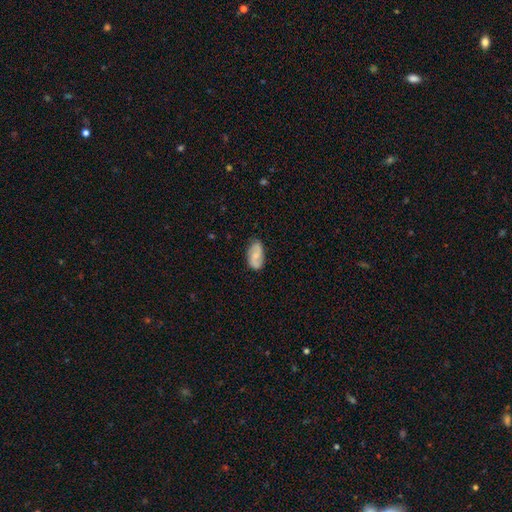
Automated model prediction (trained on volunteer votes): smooth_or_featured: featured or disk (p=0.56) [alt: smooth p=0.38]
disk_edge_on: no (p=0.96) [alt: yes p=0.04]
bar: no (p=0.47) [alt: weak p=0.42]
has_spiral_arms: yes (p=0.89) [alt: no p=0.11]
bulge_size: small (p=0.47) [alt: moderate p=0.38]
merging: none (p=0.77) [alt: minor disturbance p=0.18]